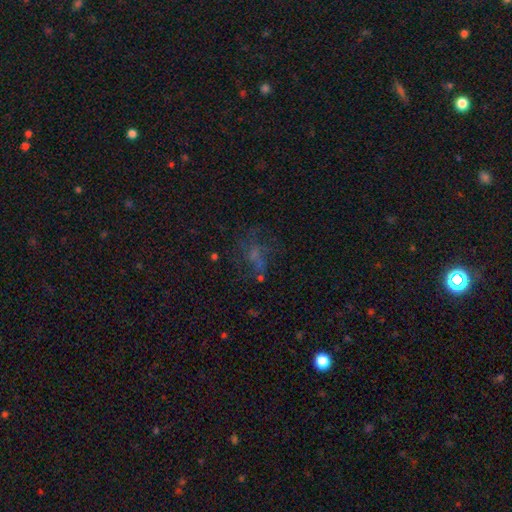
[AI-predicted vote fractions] This appears to be a featured or disk galaxy (36%). Merging: none (47%).